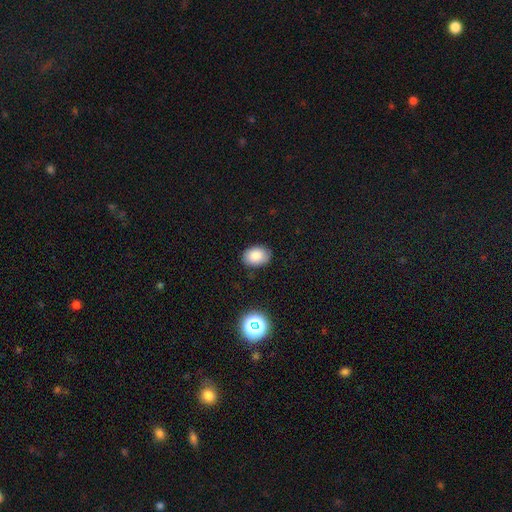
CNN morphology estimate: Q: Smooth or featured?
A: smooth (85%); runner-up: star or artifact (9%)
Q: How rounded?
A: in between (80%); runner-up: round (19%)
Q: Merging?
A: none (85%); runner-up: minor disturbance (11%)